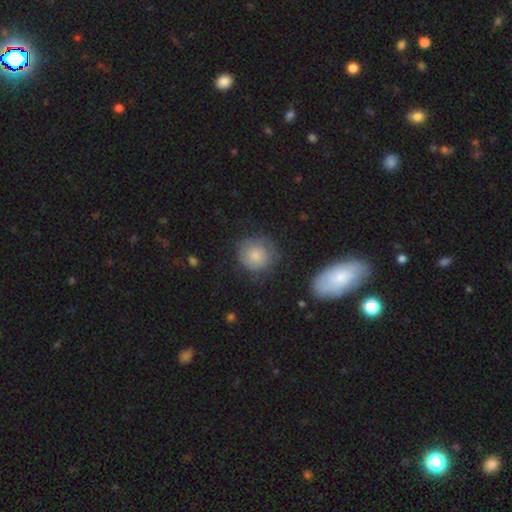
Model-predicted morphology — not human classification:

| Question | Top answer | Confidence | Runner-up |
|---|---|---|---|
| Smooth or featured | smooth | 71% | featured or disk (21%) |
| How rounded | round | 88% | in between (11%) |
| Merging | none | 65% | minor disturbance (22%) |